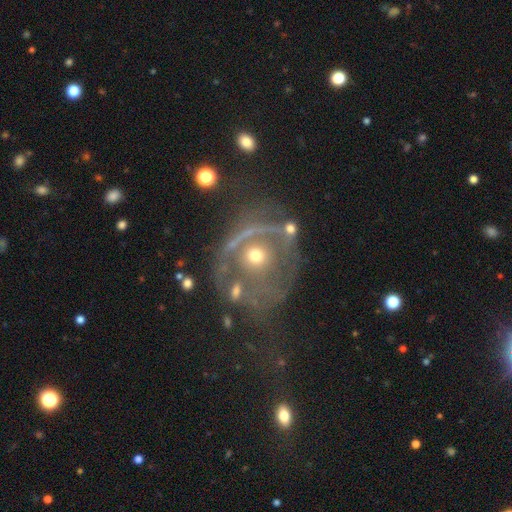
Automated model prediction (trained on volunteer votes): A featured or disk galaxy (57%) with no bar (86%), no spiral arms (62%) and a moderate central bulge (49%). Merging: none (41%).